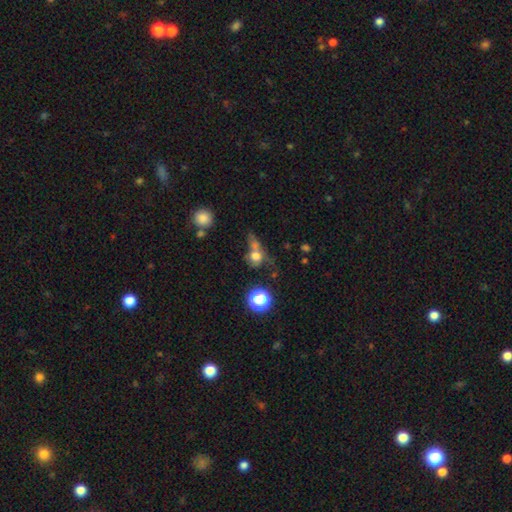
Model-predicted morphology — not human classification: Smooth or featured? smooth (63%)
How rounded? round (66%)
Merging? merger (34%)